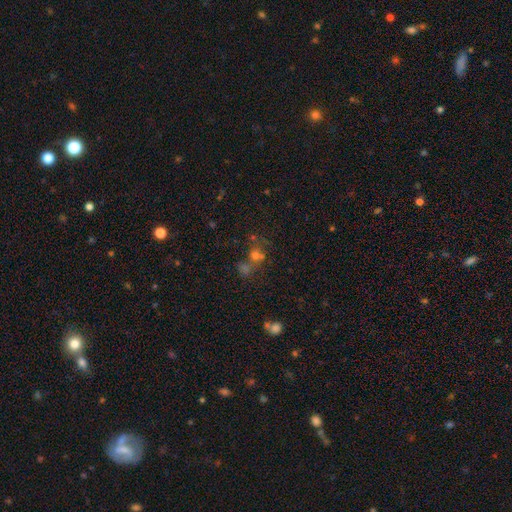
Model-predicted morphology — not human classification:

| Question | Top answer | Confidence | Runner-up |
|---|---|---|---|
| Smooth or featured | smooth | 54% | star or artifact (31%) |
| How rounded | round | 79% | in between (19%) |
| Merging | none | 45% | merger (40%) |